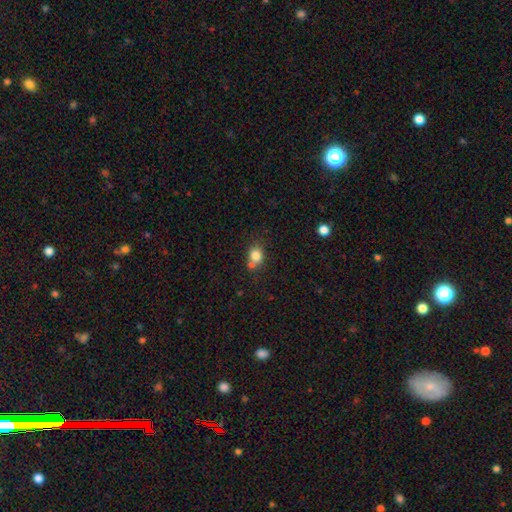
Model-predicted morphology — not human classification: smooth 80%, star or artifact 11%, featured or disk 9%. Down the decision tree: how rounded — round (66%); merging — none (52%).